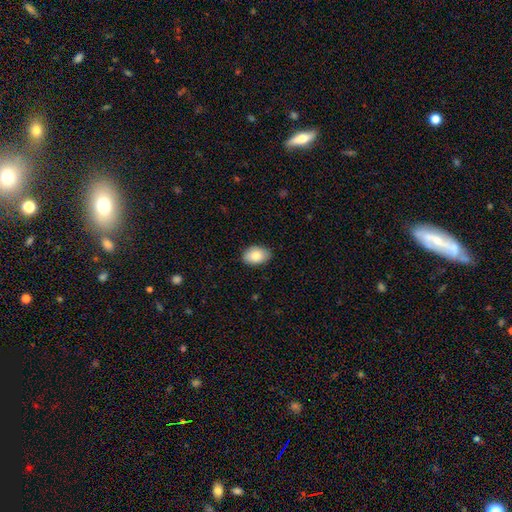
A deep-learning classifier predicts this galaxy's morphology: Overall: smooth (84%). How rounded: in between (88%). Merging: none (87%).